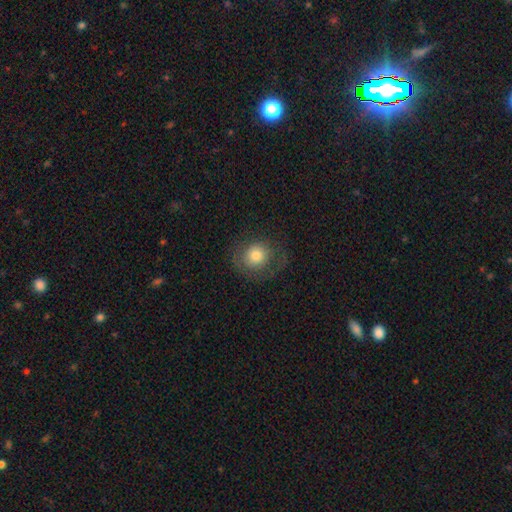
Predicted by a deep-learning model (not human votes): Overall: smooth (69%). How rounded: round (81%). Merging: none (69%).